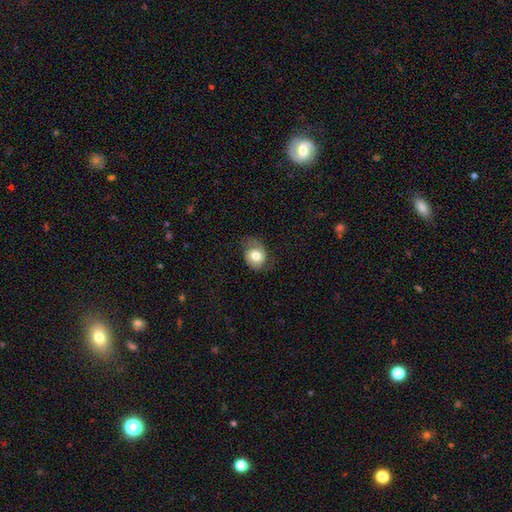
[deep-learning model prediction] smooth-or-featured: smooth: 62% | featured or disk: 31% | star or artifact: 7%
  how-rounded: in between: 50% | round: 49% | cigar-shaped: 1%
  merging: none: 54% | minor disturbance: 29% | major disturbance: 16% | merger: 1%